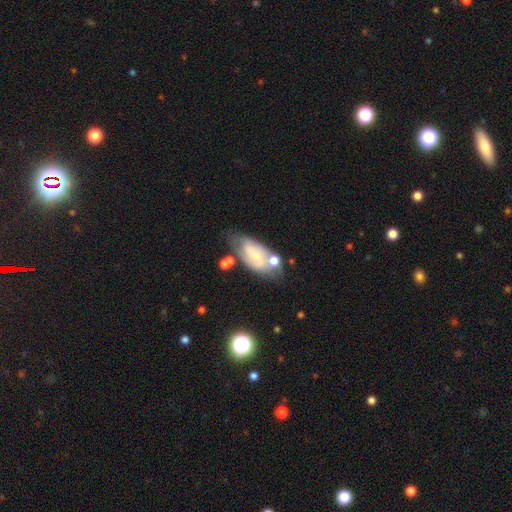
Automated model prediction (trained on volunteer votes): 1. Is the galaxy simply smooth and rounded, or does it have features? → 53% featured or disk, 40% smooth, 7% star or artifact.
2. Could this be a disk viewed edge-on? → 91% no, 9% yes.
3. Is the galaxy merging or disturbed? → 44% none, 24% minor disturbance, 20% merger, 12% major disturbance.